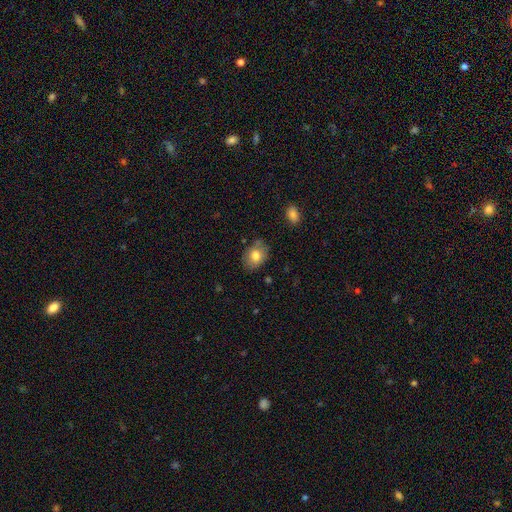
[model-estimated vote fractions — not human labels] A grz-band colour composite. It shows a smooth galaxy with no disk features (79%) that is in between round and cigar-shaped (68%). Merging: none (79%).